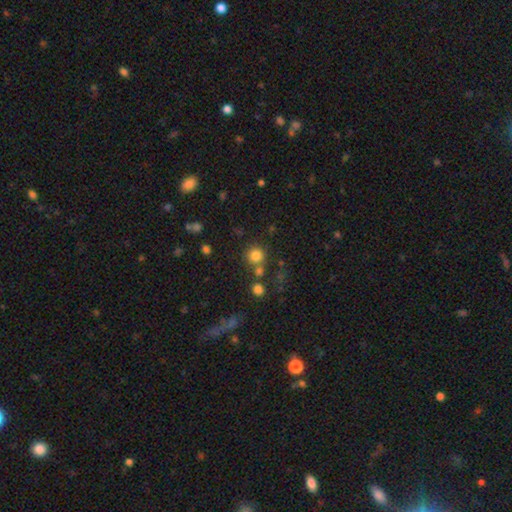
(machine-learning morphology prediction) A smooth galaxy with no disk features (81%) that is round (93%). Merging: none (71%).